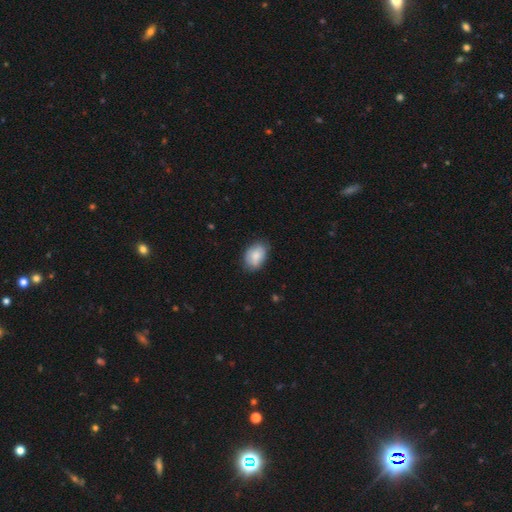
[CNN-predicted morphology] Overall: smooth (80%). How rounded: in between (84%). Merging: none (74%).